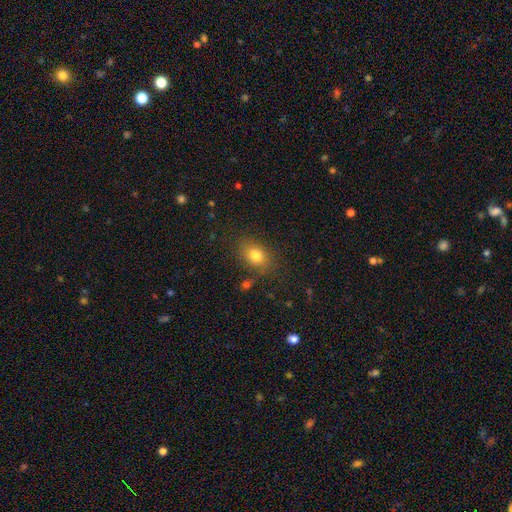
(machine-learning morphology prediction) smooth 80%, star or artifact 11%, featured or disk 9%. Down the decision tree: how rounded — in between (69%); merging — none (76%).